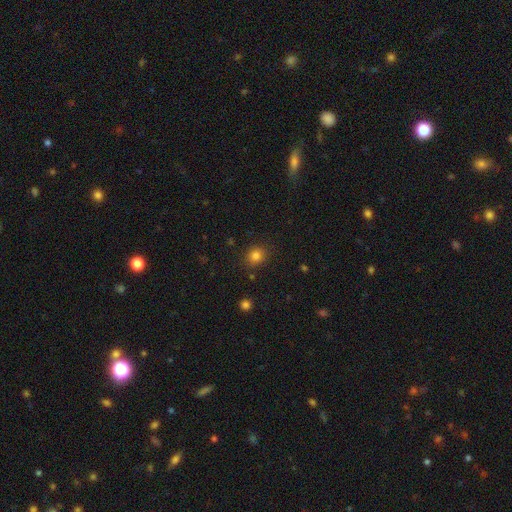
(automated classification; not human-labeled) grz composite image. It shows a smooth galaxy with no disk features (82%) that is round (79%). Merging: none (86%).